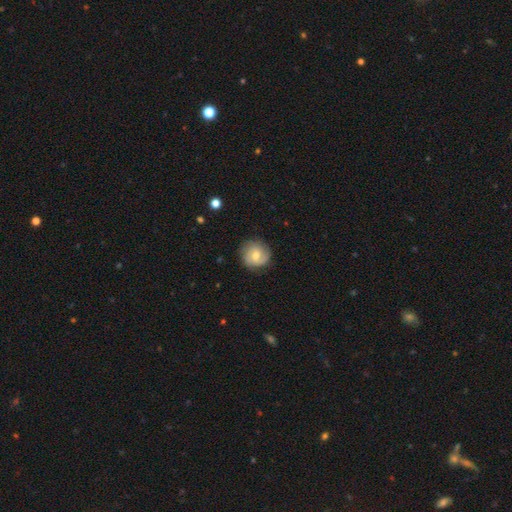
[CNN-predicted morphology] A featured or disk galaxy (49%).

Vote fractions:
- Smooth or featured? featured or disk: 49% / smooth: 43% / star or artifact: 8%
- Merging? none: 80% / minor disturbance: 15% / major disturbance: 4% / merger: 1%